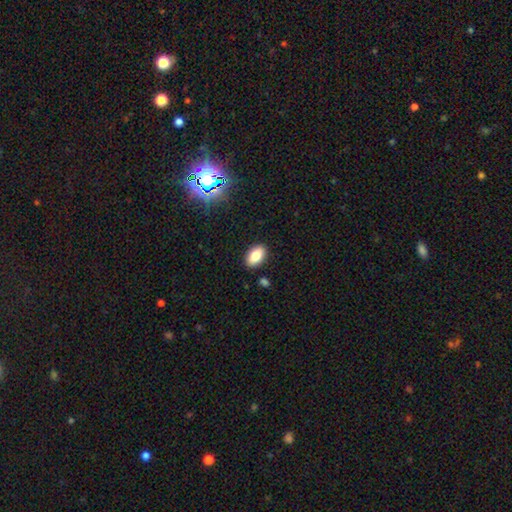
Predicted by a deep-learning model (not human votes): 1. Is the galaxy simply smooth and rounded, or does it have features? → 83% smooth, 9% star or artifact, 8% featured or disk.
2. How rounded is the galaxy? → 92% in between, 6% round, 2% cigar-shaped.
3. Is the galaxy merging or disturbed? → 88% none, 8% minor disturbance, 2% major disturbance, 2% merger.